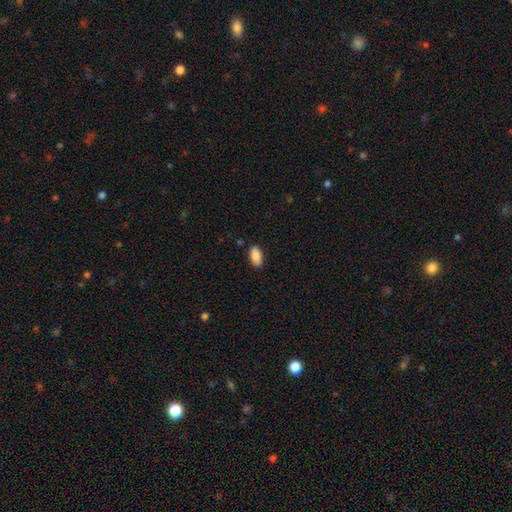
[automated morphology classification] type=smooth (88%); roundness=in between (90%); merging=none (87%).